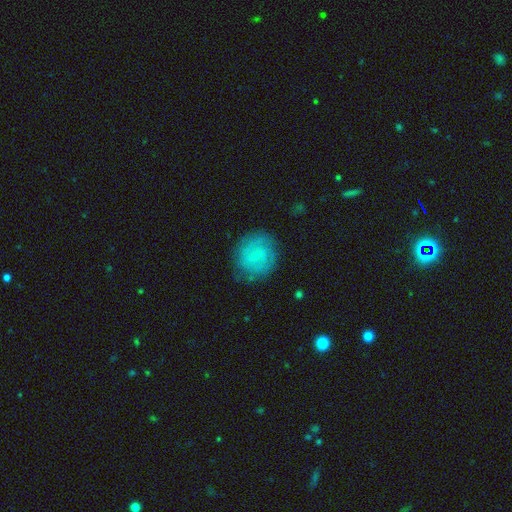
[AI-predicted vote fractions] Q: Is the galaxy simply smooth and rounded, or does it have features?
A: smooth — 48%.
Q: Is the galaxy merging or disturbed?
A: none — 78%.